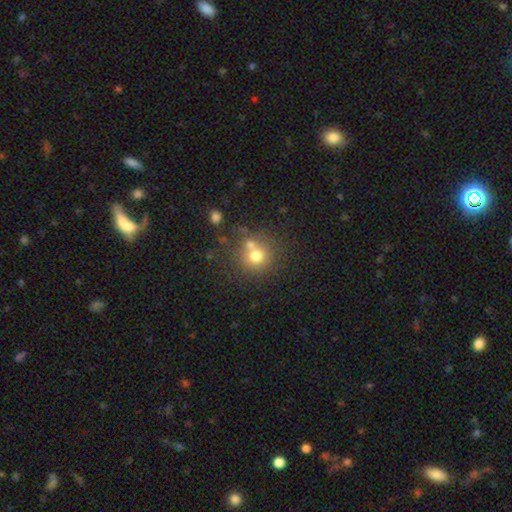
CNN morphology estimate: smooth_or_featured: smooth (p=0.73) [alt: featured or disk p=0.14]
how_rounded: round (p=0.89) [alt: in between p=0.10]
merging: none (p=0.57) [alt: merger p=0.29]